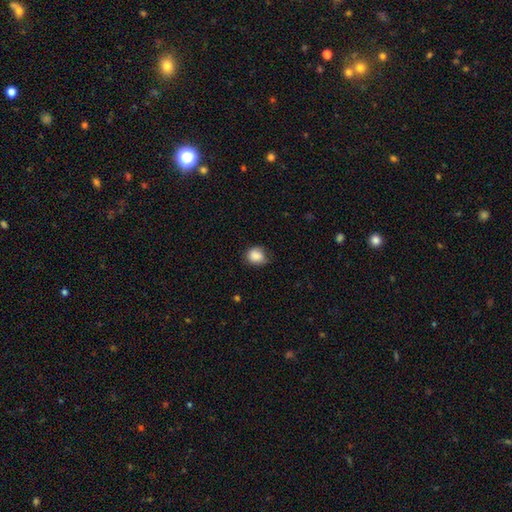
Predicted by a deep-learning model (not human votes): smooth_or_featured: smooth (p=0.86) [alt: star or artifact p=0.09]
how_rounded: round (p=0.68) [alt: in between p=0.31]
merging: none (p=0.65) [alt: minor disturbance p=0.28]